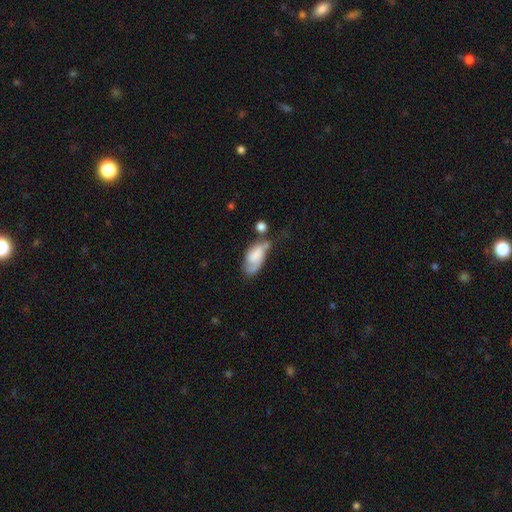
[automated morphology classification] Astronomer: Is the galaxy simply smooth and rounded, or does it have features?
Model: smooth — 57% (runner-up: featured or disk, 35%).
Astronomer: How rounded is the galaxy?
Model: in between — 90%.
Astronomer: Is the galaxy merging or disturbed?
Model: minor disturbance — 28% (runner-up: none, 27%).